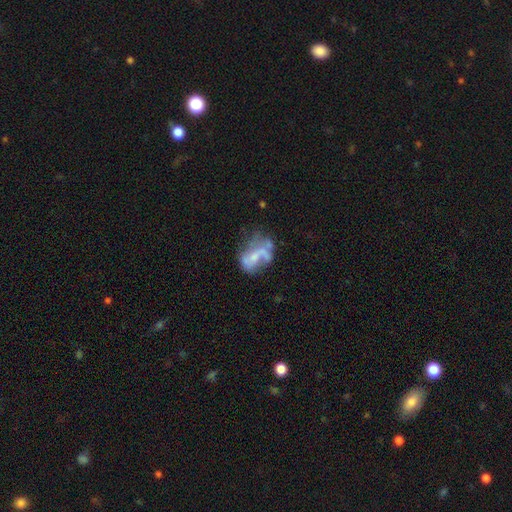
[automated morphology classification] A featured or disk galaxy (67%) with no bar (59%), spiral arms (58%) and a small central bulge (38%). Merging: major disturbance (35%).